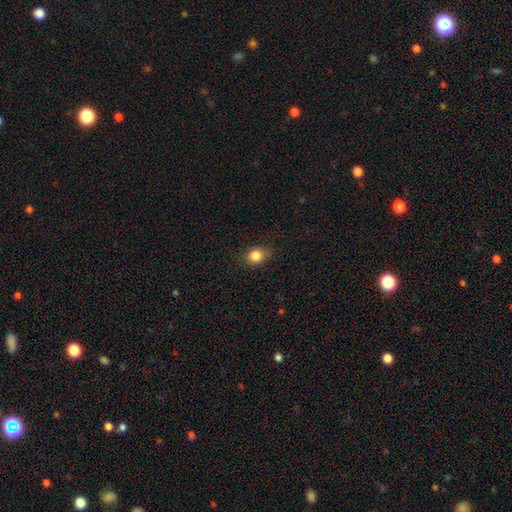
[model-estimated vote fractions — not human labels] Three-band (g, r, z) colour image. It shows a smooth galaxy with no disk features (84%) that is round (61%). Merging: none (82%).